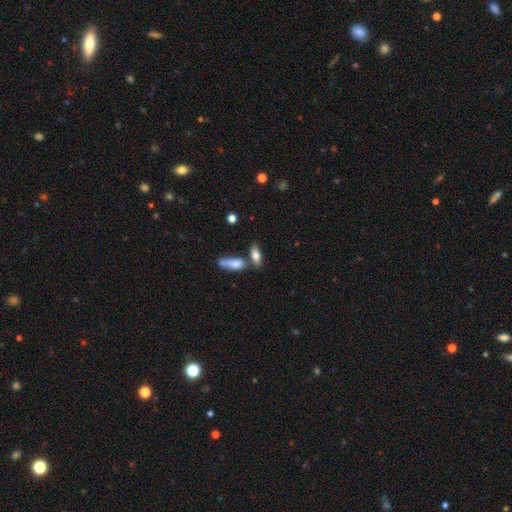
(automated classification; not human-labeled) A smooth galaxy with no disk features (75%) that is in between round and cigar-shaped (73%).

Vote fractions:
- Smooth or featured? smooth: 75% / featured or disk: 17% / star or artifact: 8%
- How rounded? in between: 73% / cigar-shaped: 23% / round: 4%
- Merging? none: 56% / merger: 26% / minor disturbance: 13% / major disturbance: 5%